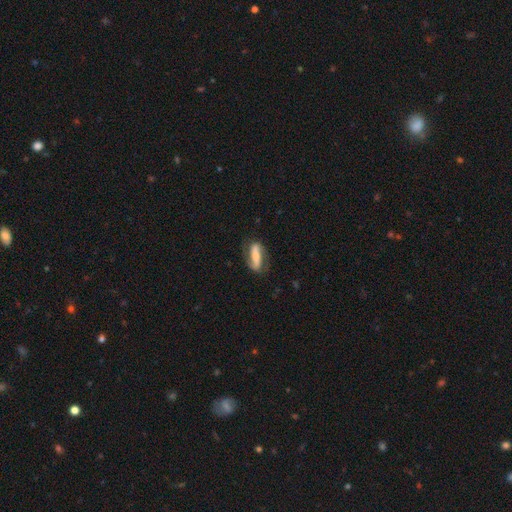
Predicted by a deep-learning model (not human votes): Smooth or featured? Predicted: featured or disk (p=0.59). Edge-on disk? Predicted: no (p=0.80). Merging? Predicted: none (p=0.74).